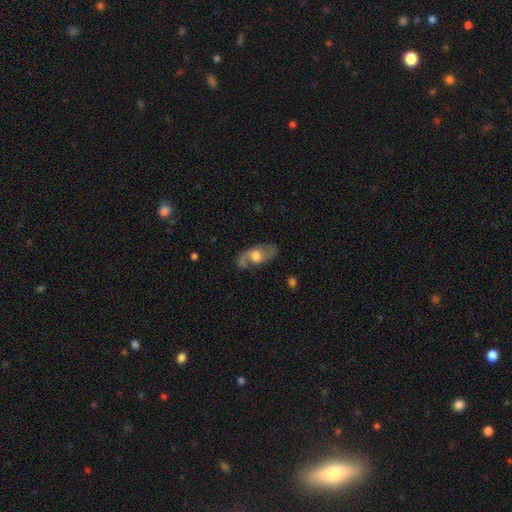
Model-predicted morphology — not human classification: Overall: featured or disk (64%; smooth 29%). Edge-on disk: no (85%). Bar: no (64%; weak 29%). Spiral arms: yes (71%). Bulge size: large (49%; moderate 37%). Merging: none (66%).